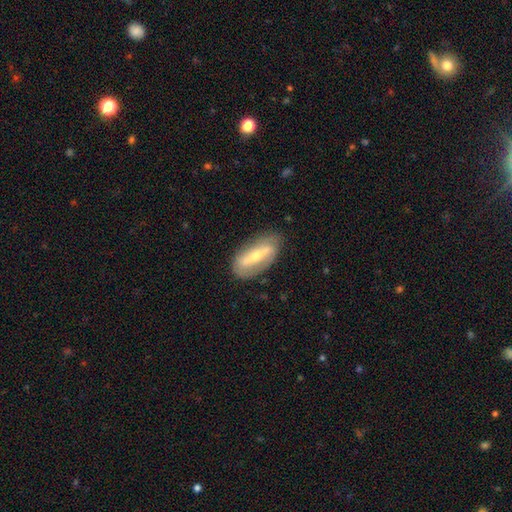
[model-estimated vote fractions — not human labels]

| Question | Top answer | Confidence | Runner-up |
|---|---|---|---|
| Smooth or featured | featured or disk | 67% | smooth (27%) |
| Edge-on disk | no | 77% | yes (23%) |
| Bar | strong | 66% | weak (20%) |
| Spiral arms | no | 52% | yes (48%) |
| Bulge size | small | 50% | moderate (46%) |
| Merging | none | 79% | minor disturbance (15%) |